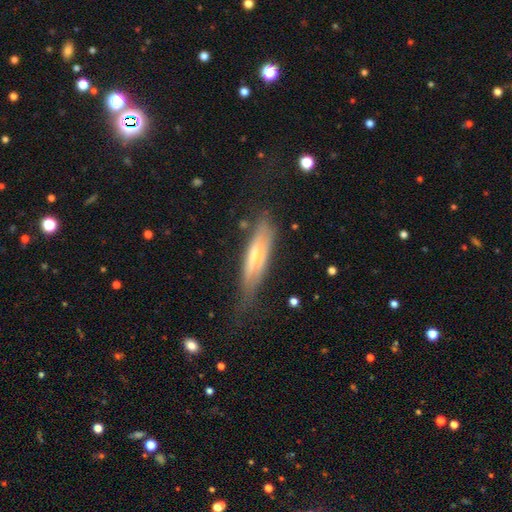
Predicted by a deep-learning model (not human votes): The model was most divided on "smooth or featured": featured or disk: 53%, smooth: 40%, star or artifact: 7%. More confident: edge-on disk — yes (74%); merging — none (57%).